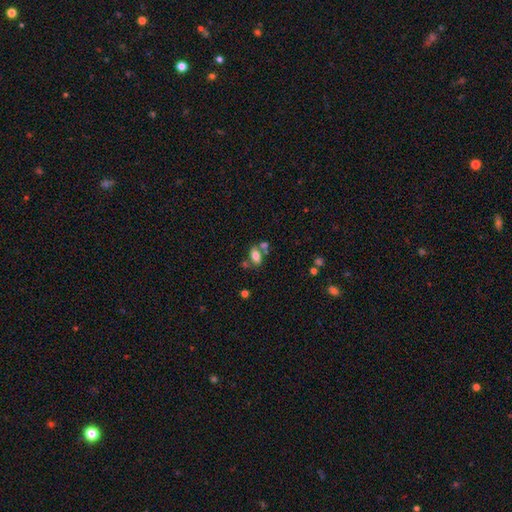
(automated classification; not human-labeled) smooth 78%, featured or disk 13%, star or artifact 10%. Down the decision tree: how rounded — in between (89%); merging — none (59%).